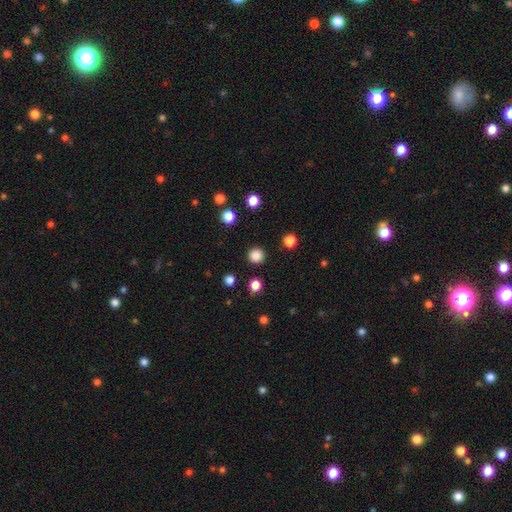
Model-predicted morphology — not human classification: smooth_or_featured: smooth (p=0.84) [alt: star or artifact p=0.13]
how_rounded: round (p=0.96) [alt: in between p=0.03]
merging: none (p=0.93) [alt: minor disturbance p=0.04]